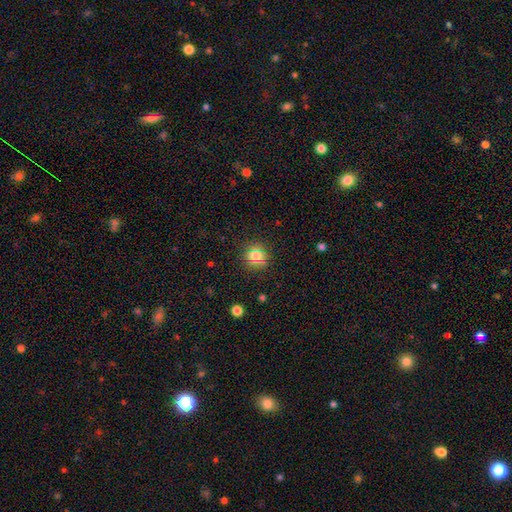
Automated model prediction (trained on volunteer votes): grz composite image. It shows a smooth galaxy with no disk features (78%) that is round (89%). Merging: none (87%).